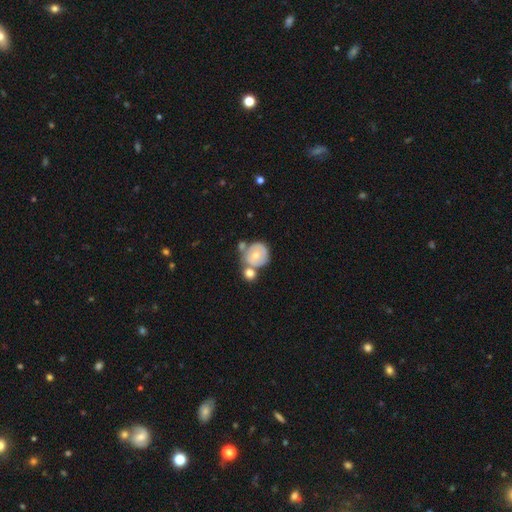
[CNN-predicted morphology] Smooth or featured? Predicted: featured or disk (p=0.47). Merging? Predicted: none (p=0.46).